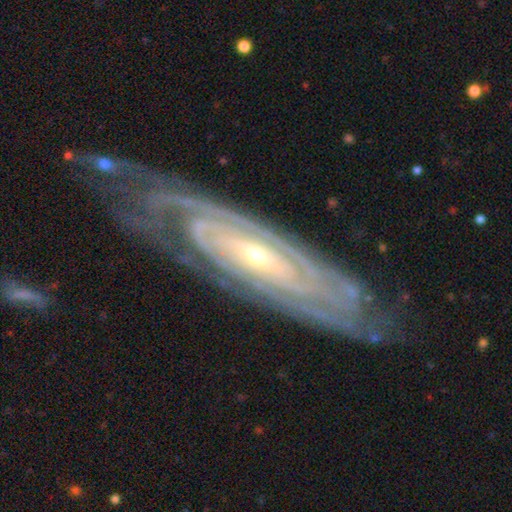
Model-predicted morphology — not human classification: smooth_or_featured: featured or disk (p=0.89) [alt: star or artifact p=0.06]
disk_edge_on: no (p=0.84) [alt: yes p=0.16]
bar: no (p=0.46) [alt: weak p=0.33]
has_spiral_arms: yes (p=0.96) [alt: no p=0.04]
spiral_winding: tight (p=0.80) [alt: medium p=0.17]
spiral_arm_count: can't tell (p=0.41) [alt: 2 p=0.17]
bulge_size: small (p=0.69) [alt: moderate p=0.27]
merging: none (p=0.76) [alt: minor disturbance p=0.17]